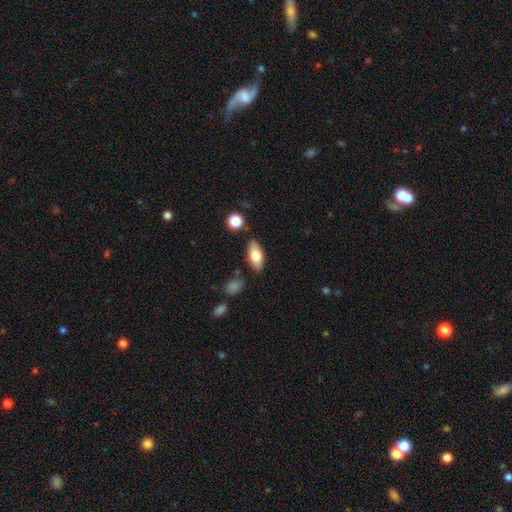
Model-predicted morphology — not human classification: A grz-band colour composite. It shows a smooth galaxy with no disk features (76%) that is in between round and cigar-shaped (86%). Merging: none (82%).